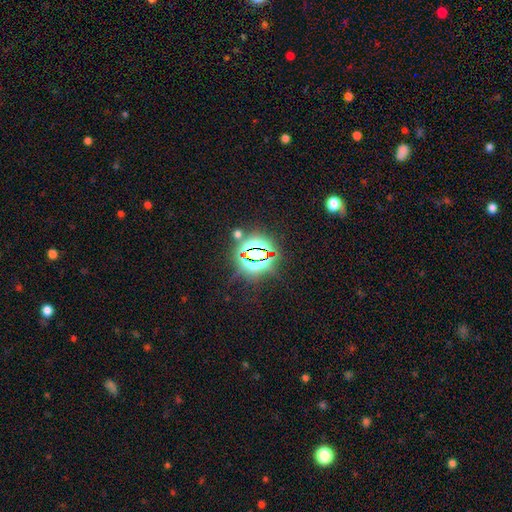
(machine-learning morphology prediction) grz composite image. It shows a star or artifact, not a galaxy (79%).